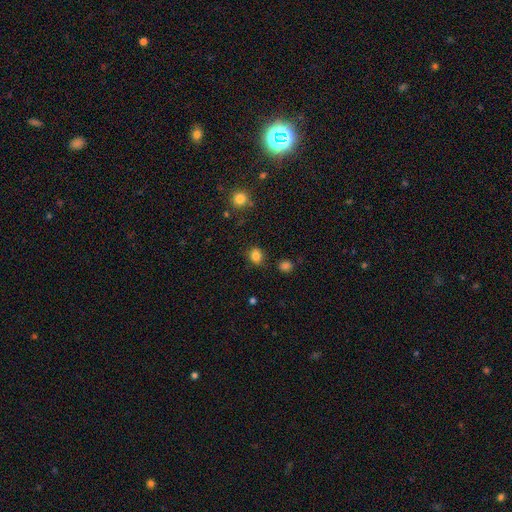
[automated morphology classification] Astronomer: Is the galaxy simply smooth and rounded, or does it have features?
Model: smooth — 83%.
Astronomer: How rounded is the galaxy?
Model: round — 68%.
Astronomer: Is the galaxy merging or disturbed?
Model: none — 83%.